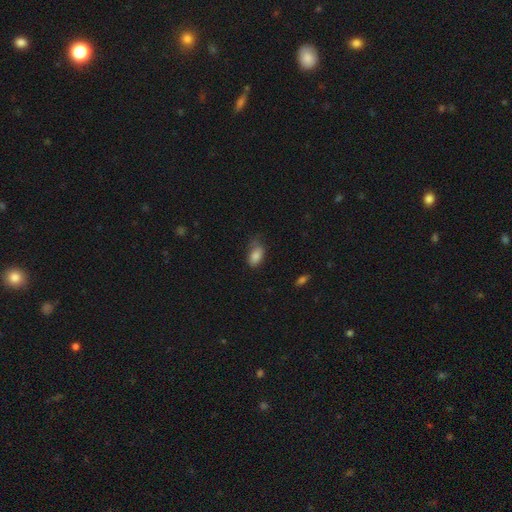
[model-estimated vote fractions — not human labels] Smooth or featured?
  - smooth: 84% *
  - star or artifact: 8%
  - featured or disk: 8%
How rounded?
  - in between: 91% *
  - round: 5%
  - cigar-shaped: 4%
Merging?
  - none: 53% *
  - minor disturbance: 34%
  - major disturbance: 12%
  - merger: 2%